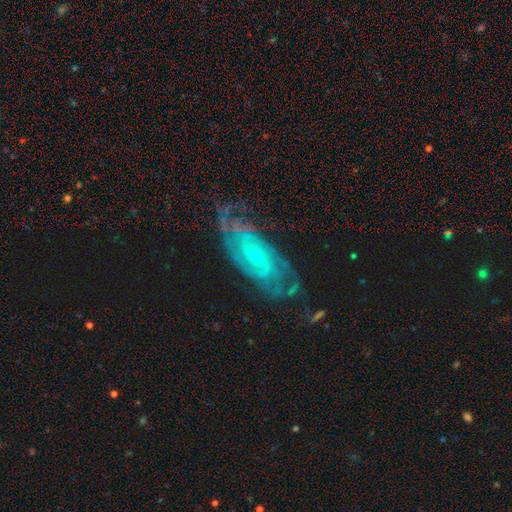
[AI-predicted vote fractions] This appears to be a featured or disk galaxy (86%) with no bar (60%), tight (60%) spiral arms (96%) and a small central bulge (79%). Merging: none (68%).